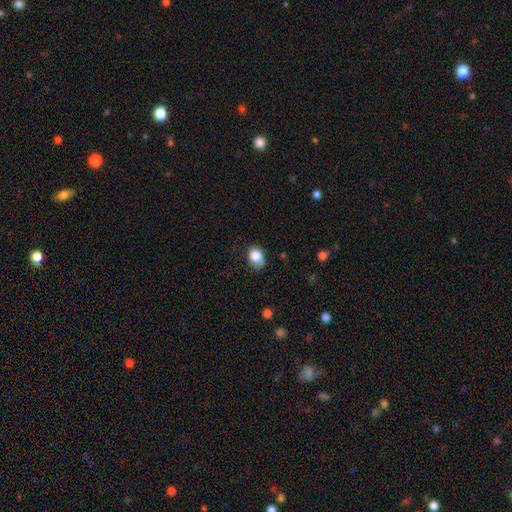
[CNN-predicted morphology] Smooth or featured? Predicted: smooth (p=0.84). How rounded? Predicted: in between (p=0.61). Merging? Predicted: none (p=0.57).